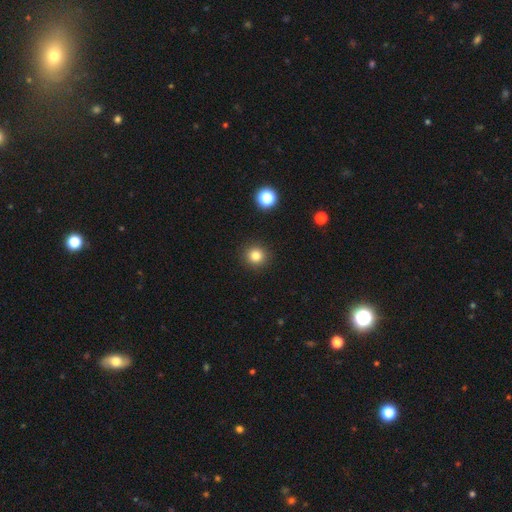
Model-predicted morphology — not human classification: The model was most divided on "smooth or featured": smooth: 82%, star or artifact: 13%, featured or disk: 6%. More confident: how rounded — round (92%); merging — none (92%).